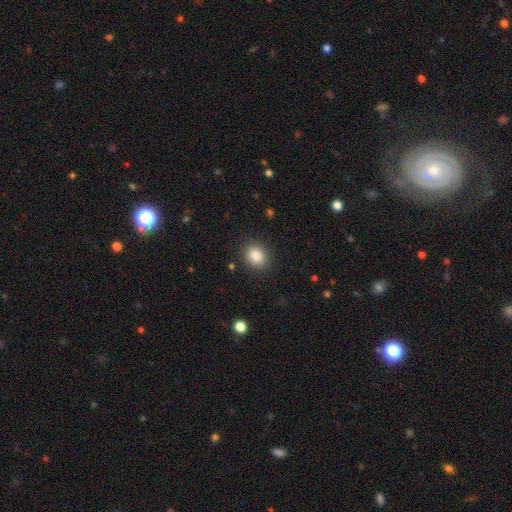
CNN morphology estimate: Smooth or featured: smooth — 86% (star or artifact — 9%)
How rounded: round — 60% (in between — 40%)
Merging: none — 88% (minor disturbance — 8%)